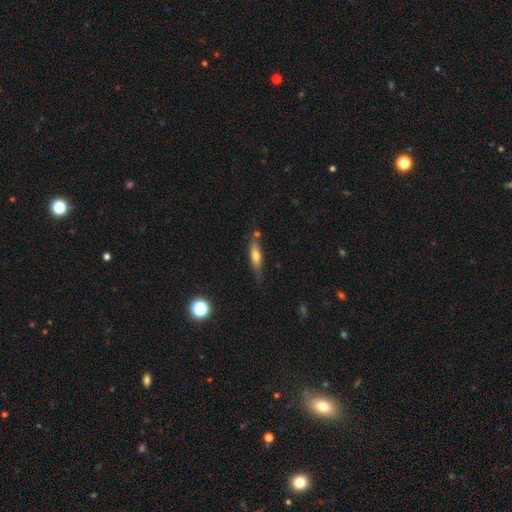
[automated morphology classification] Smooth or featured: smooth — 56% (featured or disk — 36%)
How rounded: cigar-shaped — 68% (in between — 29%)
Merging: none — 63% (minor disturbance — 21%)